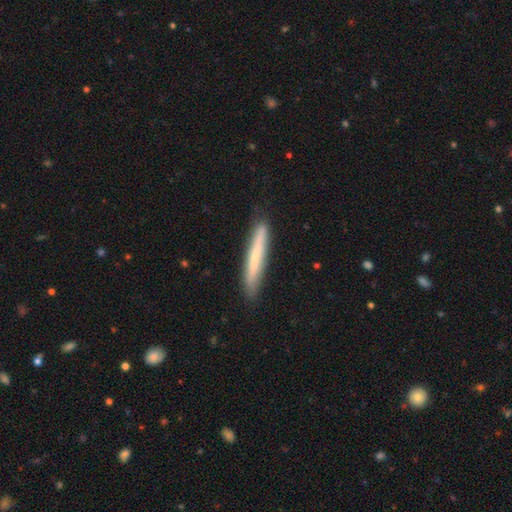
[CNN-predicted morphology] Q: Smooth or featured?
A: smooth (56%); runner-up: featured or disk (38%)
Q: How rounded?
A: cigar-shaped (95%); runner-up: in between (4%)
Q: Merging?
A: none (87%); runner-up: minor disturbance (10%)